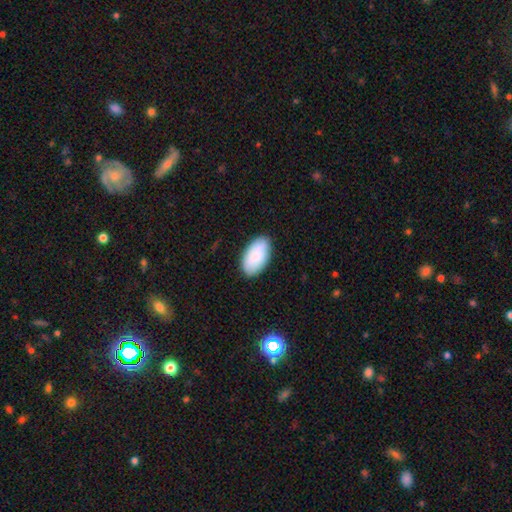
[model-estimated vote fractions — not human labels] Smooth or featured?
  - smooth: 88% *
  - featured or disk: 7%
  - star or artifact: 6%
How rounded?
  - in between: 96% *
  - round: 3%
  - cigar-shaped: 2%
Merging?
  - none: 87% *
  - minor disturbance: 10%
  - major disturbance: 2%
  - merger: 1%